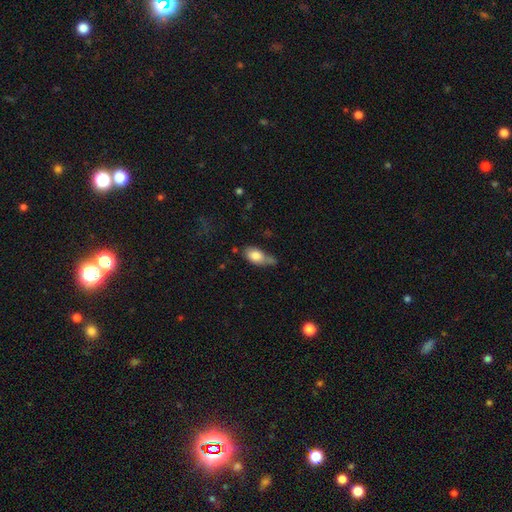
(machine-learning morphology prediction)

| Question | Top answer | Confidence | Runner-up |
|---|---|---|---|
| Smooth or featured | smooth | 79% | featured or disk (14%) |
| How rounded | in between | 86% | round (8%) |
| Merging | minor disturbance | 36% | none (32%) |